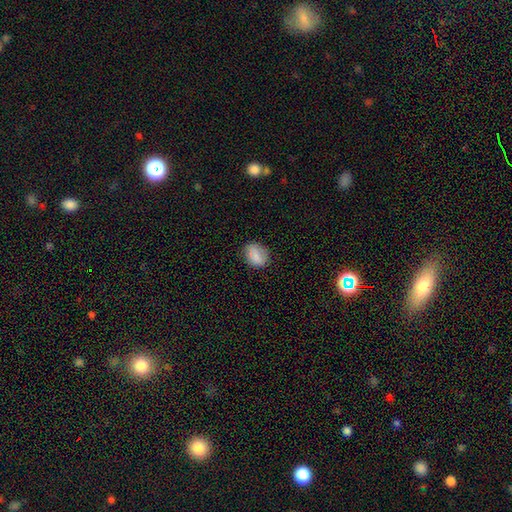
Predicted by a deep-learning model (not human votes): A smooth galaxy with no disk features (83%) that is in between round and cigar-shaped (60%).

Vote fractions:
- Smooth or featured? smooth: 83% / featured or disk: 9% / star or artifact: 8%
- How rounded? in between: 60% / round: 39% / cigar-shaped: 1%
- Merging? none: 77% / minor disturbance: 18% / major disturbance: 4% / merger: 1%